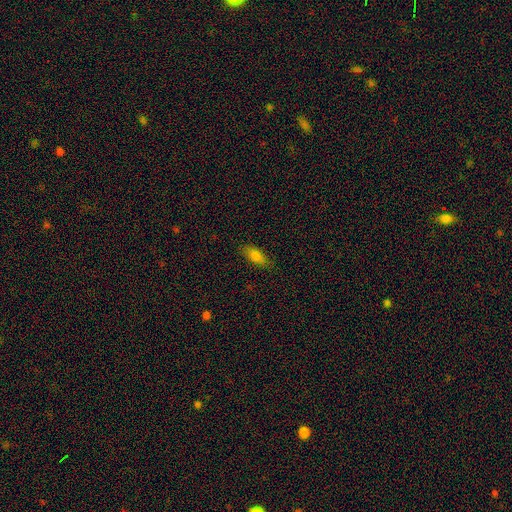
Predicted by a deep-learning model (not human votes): A smooth galaxy with no disk features (79%) that is in between round and cigar-shaped (77%).

Vote fractions:
- Smooth or featured? smooth: 79% / featured or disk: 12% / star or artifact: 9%
- How rounded? in between: 77% / cigar-shaped: 20% / round: 3%
- Merging? none: 83% / minor disturbance: 13% / major disturbance: 3% / merger: 1%